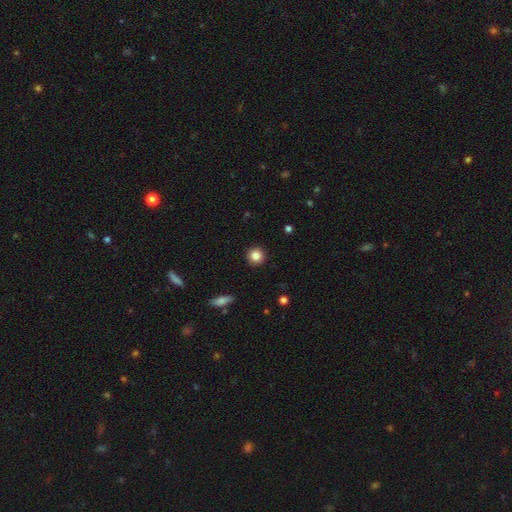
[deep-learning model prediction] smooth_or_featured: smooth (p=0.85) [alt: star or artifact p=0.10]
how_rounded: round (p=0.94) [alt: in between p=0.05]
merging: none (p=0.92) [alt: minor disturbance p=0.05]